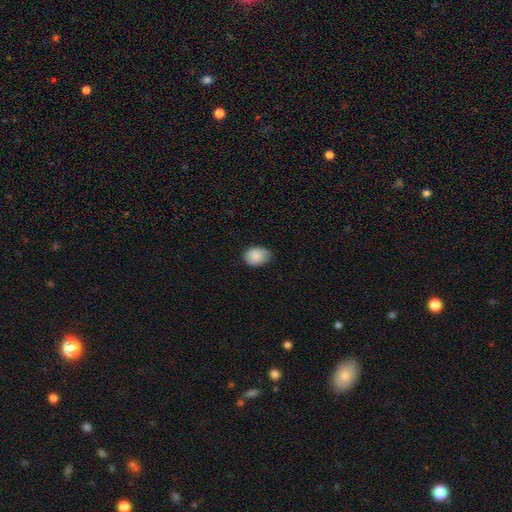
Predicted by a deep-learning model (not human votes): Overall: smooth (86%). How rounded: in between (70%). Merging: none (65%; minor disturbance 30%).